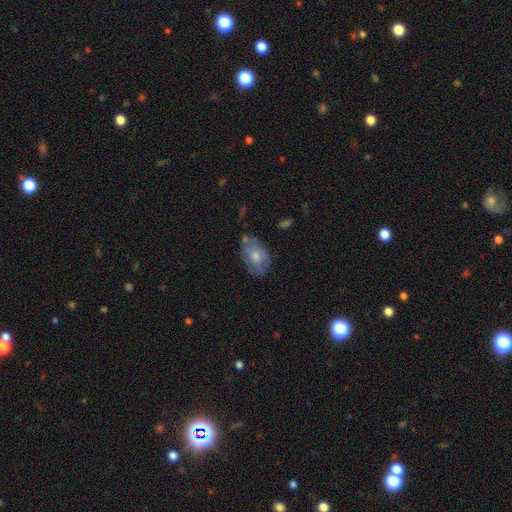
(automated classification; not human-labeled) smooth_or_featured: smooth (p=0.65) [alt: featured or disk p=0.28]
how_rounded: in between (p=0.87) [alt: round p=0.12]
merging: none (p=0.60) [alt: minor disturbance p=0.27]